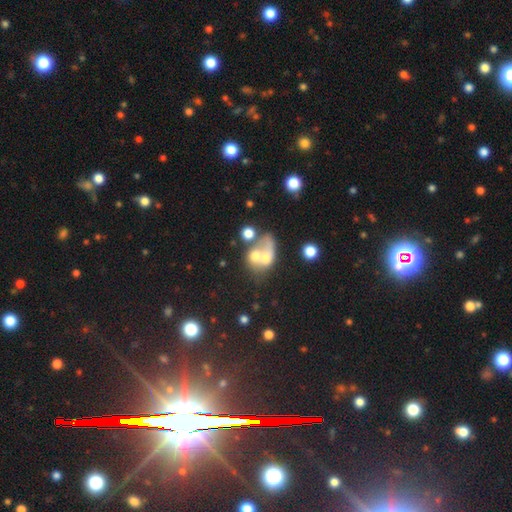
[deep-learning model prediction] Smooth or featured?
  - smooth: 53% *
  - featured or disk: 34%
  - star or artifact: 13%
How rounded?
  - in between: 55% *
  - round: 43%
  - cigar-shaped: 2%
Merging?
  - merger: 62% *
  - none: 15%
  - major disturbance: 14%
  - minor disturbance: 8%